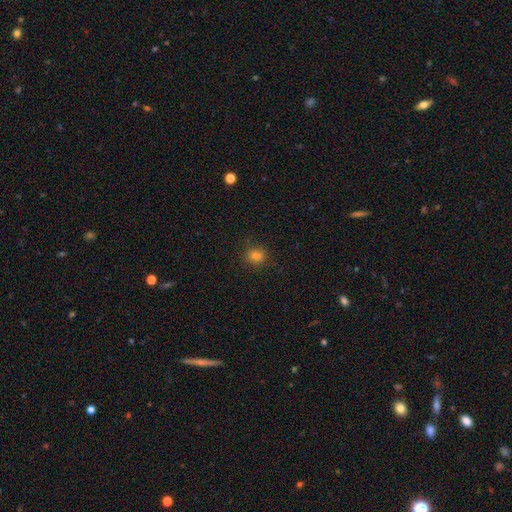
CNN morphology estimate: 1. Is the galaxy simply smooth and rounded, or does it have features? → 77% smooth, 16% star or artifact, 7% featured or disk.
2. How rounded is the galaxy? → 83% round, 16% in between, 1% cigar-shaped.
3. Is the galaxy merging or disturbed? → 87% none, 10% minor disturbance, 3% major disturbance, 1% merger.